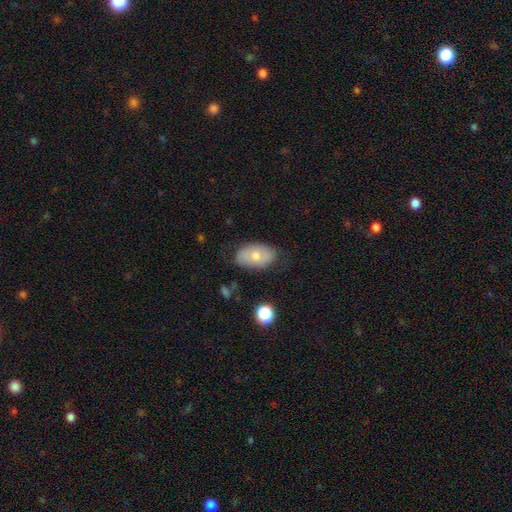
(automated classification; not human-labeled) Overall: smooth (62%; featured or disk 30%). How rounded: in between (90%). Merging: none (73%).